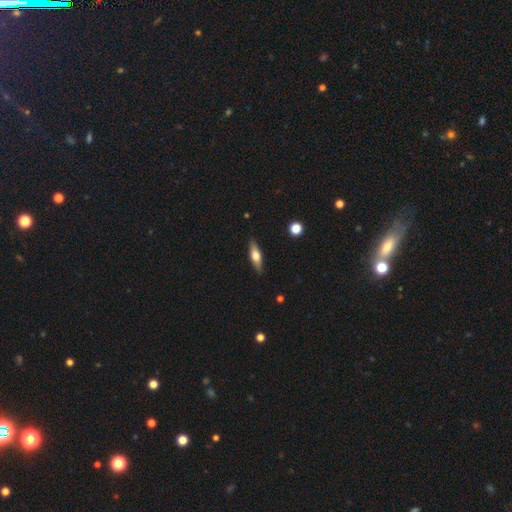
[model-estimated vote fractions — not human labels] smooth-or-featured: smooth: 51% | featured or disk: 43% | star or artifact: 6%
  how-rounded: cigar-shaped: 54% | in between: 43% | round: 3%
  merging: none: 88% | minor disturbance: 9% | major disturbance: 2% | merger: 1%